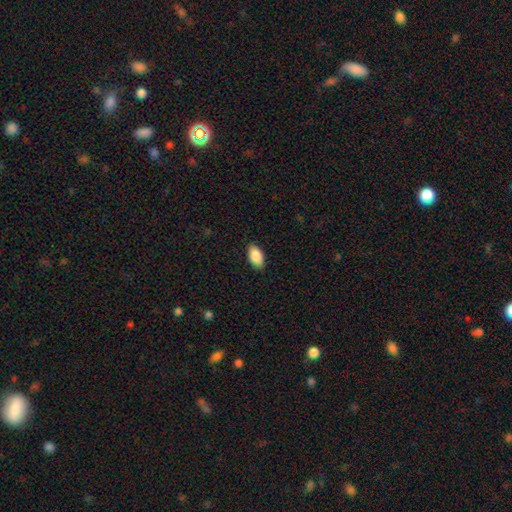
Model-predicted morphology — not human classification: smooth_or_featured: smooth (p=0.88) [alt: star or artifact p=0.06]
how_rounded: in between (p=0.95) [alt: round p=0.03]
merging: none (p=0.88) [alt: minor disturbance p=0.10]